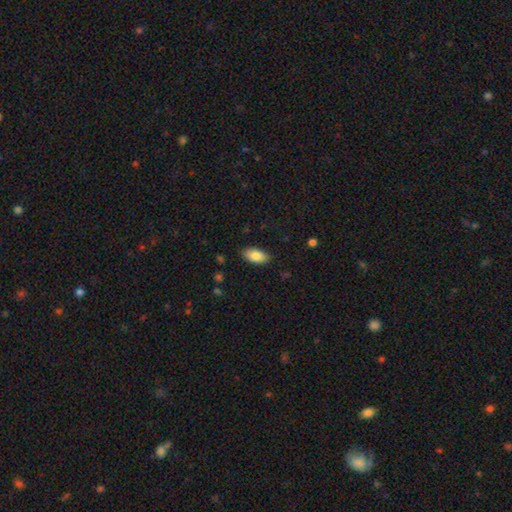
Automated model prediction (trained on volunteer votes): A smooth galaxy with no disk features (88%) that is in between round and cigar-shaped (94%). Merging: none (87%).